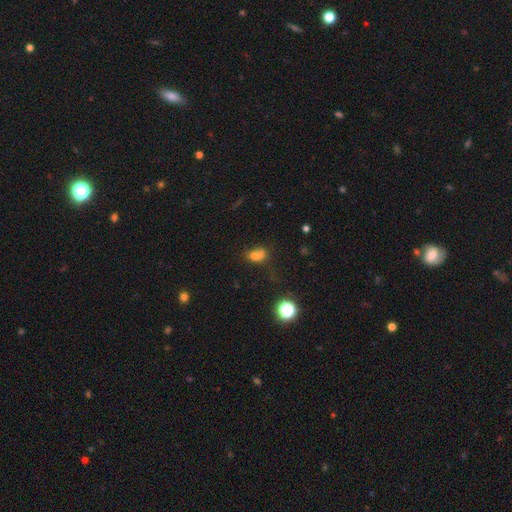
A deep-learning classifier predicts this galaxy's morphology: Smooth or featured? Predicted: smooth (p=0.68). How rounded? Predicted: in between (p=0.62). Merging? Predicted: none (p=0.37).